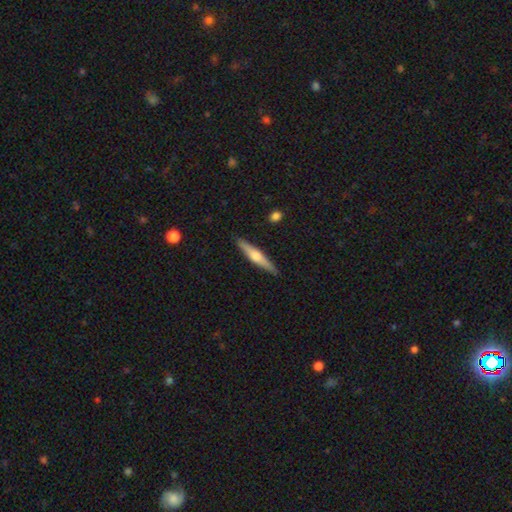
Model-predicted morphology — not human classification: A featured or disk galaxy (62%) viewed edge-on (97%) with a rounded central bulge (90%).

Vote fractions:
- Smooth or featured? featured or disk: 62% / smooth: 32% / star or artifact: 6%
- Edge-on disk? yes: 97% / no: 3%
- Edge-on bulge? rounded: 90% / boxy: 6% / none: 4%
- Merging? none: 90% / minor disturbance: 7% / major disturbance: 2% / merger: 1%